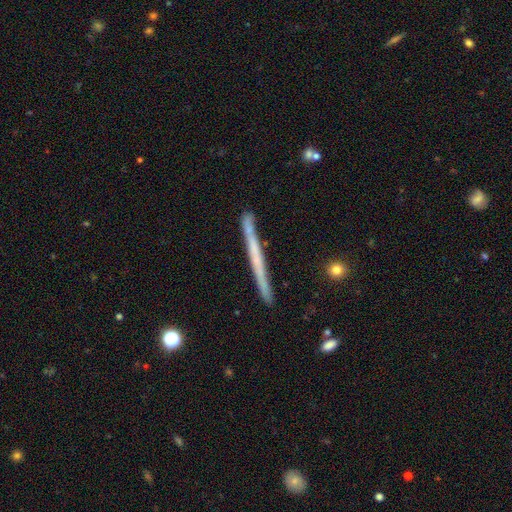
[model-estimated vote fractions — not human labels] smooth-or-featured: featured or disk: 54% | smooth: 40% | star or artifact: 6%
  disk-edge-on: yes: 97% | no: 3%
    edge-on-bulge: none: 86% | rounded: 10% | boxy: 4%
  merging: none: 89% | minor disturbance: 8% | merger: 2% | major disturbance: 1%